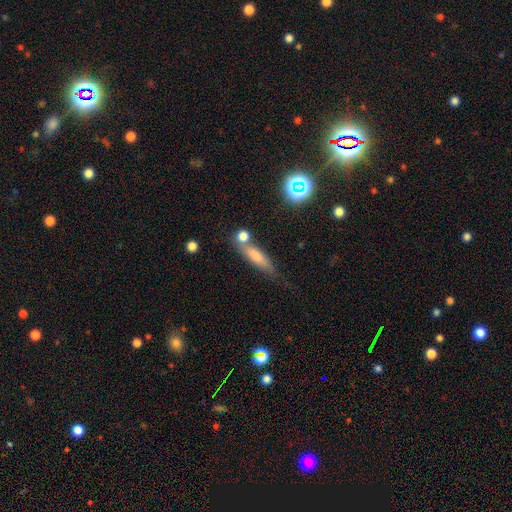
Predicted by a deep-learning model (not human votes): A smooth galaxy with no disk features (71%) that is cigar-shaped (65%).

Vote fractions:
- Smooth or featured? smooth: 71% / featured or disk: 19% / star or artifact: 10%
- How rounded? cigar-shaped: 65% / in between: 30% / round: 5%
- Merging? none: 57% / merger: 21% / minor disturbance: 16% / major disturbance: 6%